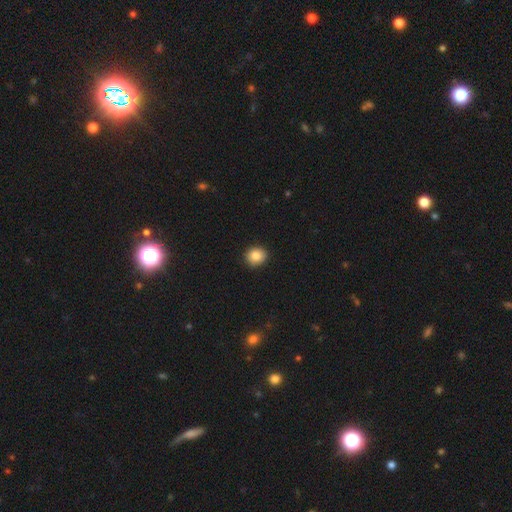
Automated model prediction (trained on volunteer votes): Smooth or featured? smooth (85%)
How rounded? round (75%)
Merging? none (90%)